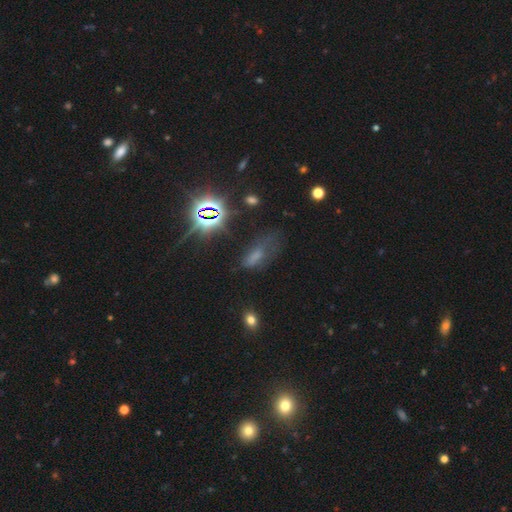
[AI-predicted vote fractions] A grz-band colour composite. It shows a smooth galaxy with no disk features (47%). Merging: none (40%).